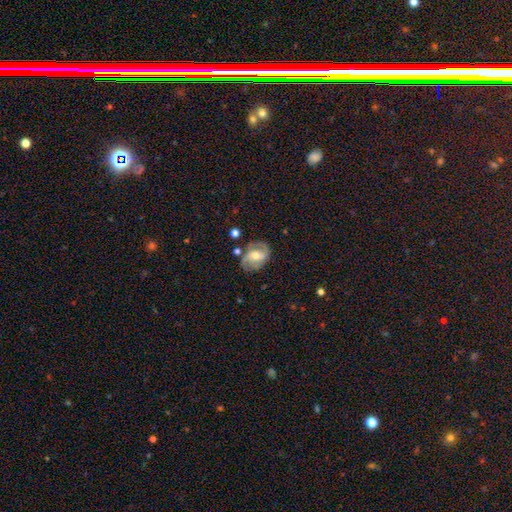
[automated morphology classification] A featured or disk galaxy (70%) with a weak bar (45%), 2 (79%) medium (47%) spiral arms (87%) and a moderate central bulge (57%). Merging: none (68%).